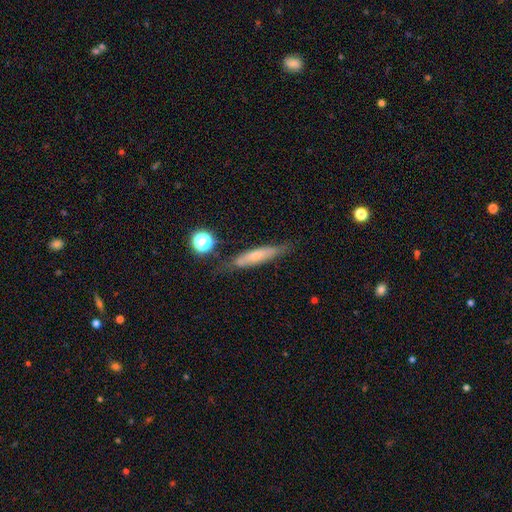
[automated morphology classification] smooth 55%, featured or disk 36%, star or artifact 9%. Down the decision tree: how rounded — cigar-shaped (81%); merging — none (68%).